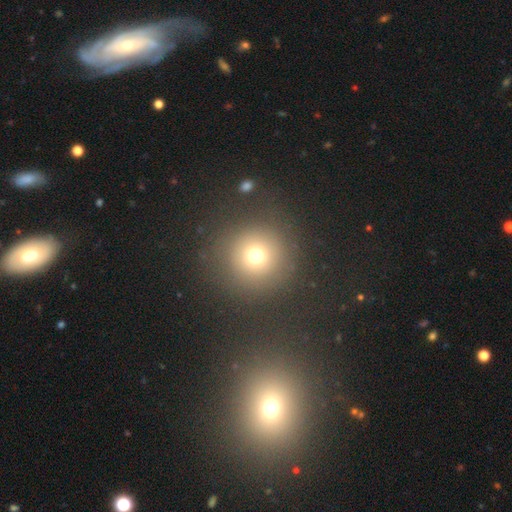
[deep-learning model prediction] This appears to be a smooth galaxy with no disk features (71%) that is round (94%). Merging: none (81%).